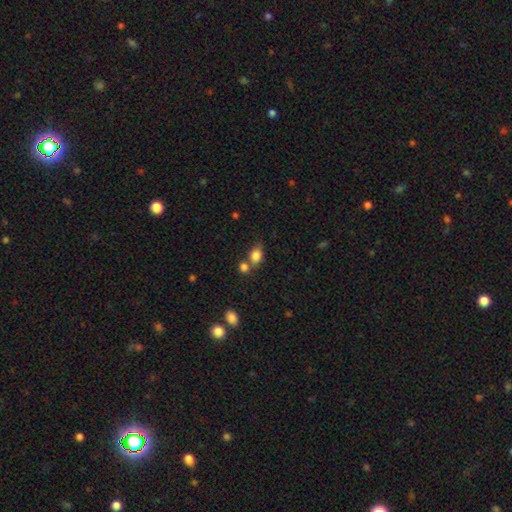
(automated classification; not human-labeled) Smooth or featured: smooth — 83% (star or artifact — 10%)
How rounded: in between — 61% (round — 37%)
Merging: none — 49% (merger — 33%)